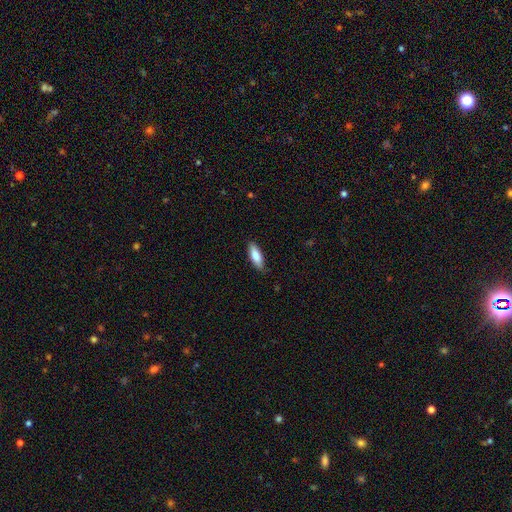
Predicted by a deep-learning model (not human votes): Morphology: type=smooth (83%); roundness=in between (62%); merging=none (82%).